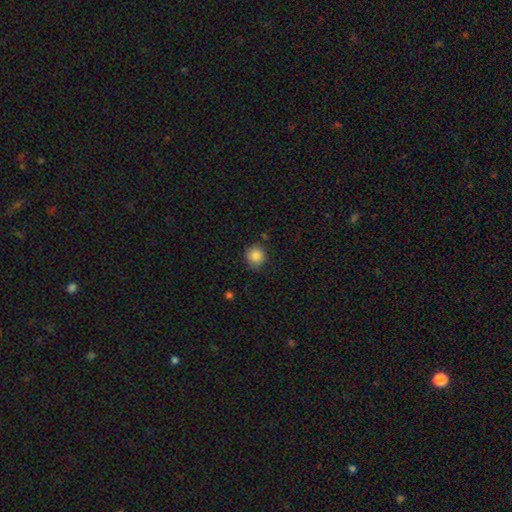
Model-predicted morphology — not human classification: A smooth galaxy with no disk features (87%) that is round (91%). Merging: none (82%).